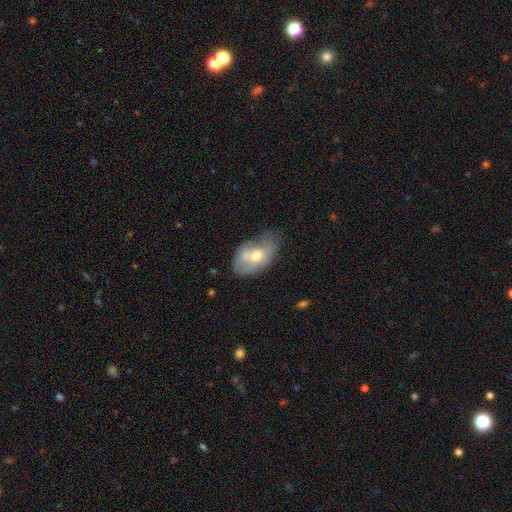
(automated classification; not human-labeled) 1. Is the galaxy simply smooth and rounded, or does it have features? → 49% smooth, 43% featured or disk, 8% star or artifact.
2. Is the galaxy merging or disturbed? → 39% none, 36% minor disturbance, 19% major disturbance, 6% merger.